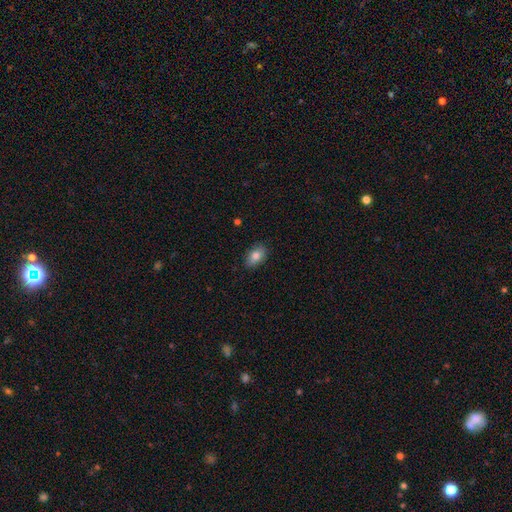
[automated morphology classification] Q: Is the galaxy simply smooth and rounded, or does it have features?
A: smooth — 83%.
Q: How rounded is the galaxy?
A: in between — 88%.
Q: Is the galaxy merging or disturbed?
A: none — 85%.